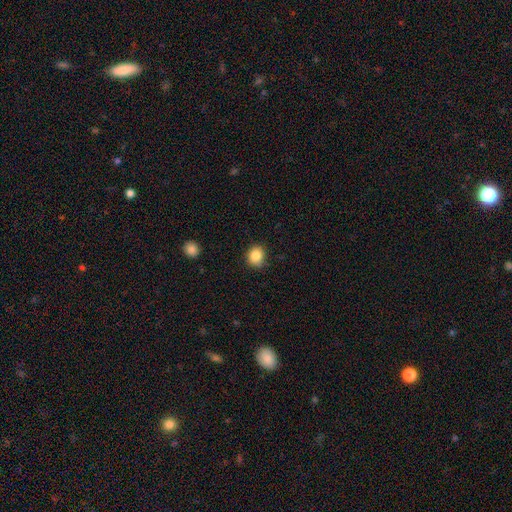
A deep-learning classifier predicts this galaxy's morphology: A smooth galaxy with no disk features (86%) that is round (76%).

Vote fractions:
- Smooth or featured? smooth: 86% / star or artifact: 10% / featured or disk: 5%
- How rounded? round: 76% / in between: 23% / cigar-shaped: 1%
- Merging? none: 85% / minor disturbance: 12% / major disturbance: 2% / merger: 1%